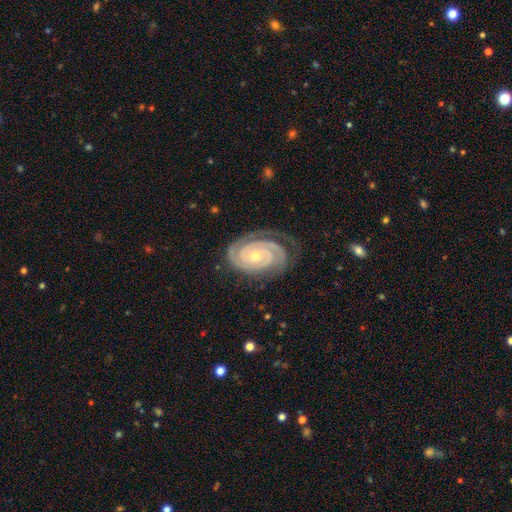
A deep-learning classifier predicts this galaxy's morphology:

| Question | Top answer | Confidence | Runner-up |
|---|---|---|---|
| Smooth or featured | featured or disk | 92% | star or artifact (4%) |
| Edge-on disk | no | 97% | yes (3%) |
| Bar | no | 71% | weak (19%) |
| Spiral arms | yes | 99% | no (1%) |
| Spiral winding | tight | 85% | medium (13%) |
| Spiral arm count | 2 | 66% | 3 (16%) |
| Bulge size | small | 59% | moderate (38%) |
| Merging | none | 77% | minor disturbance (16%) |